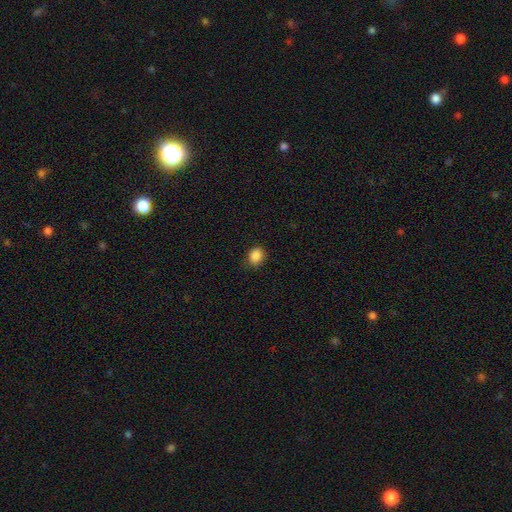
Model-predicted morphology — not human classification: Smooth or featured: smooth — 87% (star or artifact — 10%)
How rounded: round — 50% (in between — 49%)
Merging: none — 82% (minor disturbance — 14%)